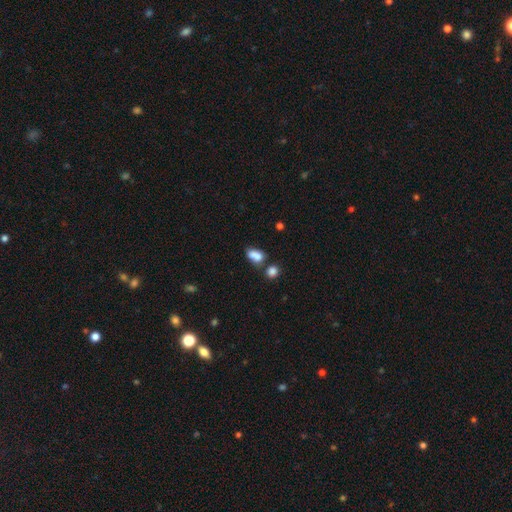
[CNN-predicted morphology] Smooth or featured?
  - smooth: 81% *
  - star or artifact: 10%
  - featured or disk: 9%
How rounded?
  - in between: 82% *
  - round: 15%
  - cigar-shaped: 3%
Merging?
  - merger: 39% *
  - none: 37%
  - minor disturbance: 17%
  - major disturbance: 7%